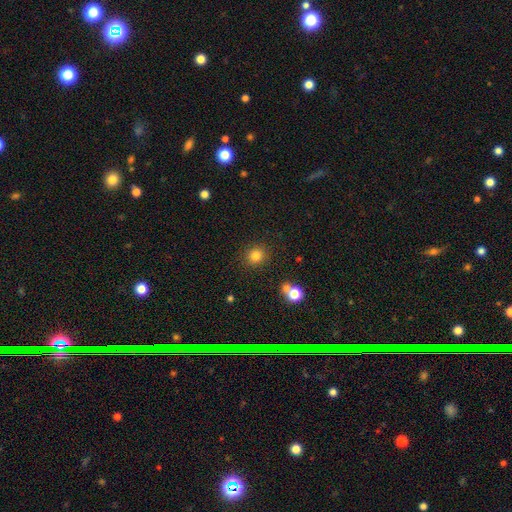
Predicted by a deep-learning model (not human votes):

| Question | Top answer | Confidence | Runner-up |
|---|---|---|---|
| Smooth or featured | smooth | 82% | star or artifact (13%) |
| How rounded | round | 85% | in between (14%) |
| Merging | none | 87% | minor disturbance (7%) |